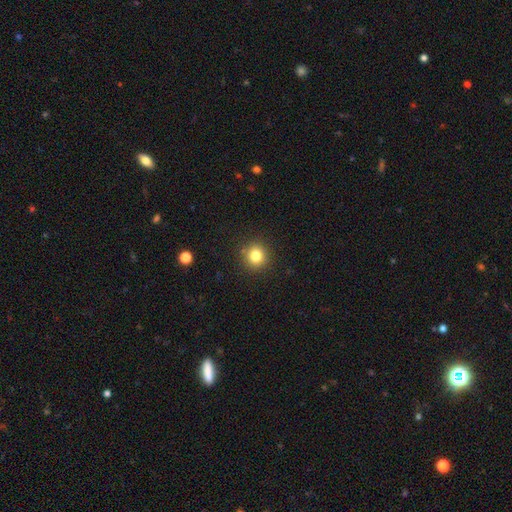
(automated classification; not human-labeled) smooth_or_featured: smooth (p=0.81) [alt: star or artifact p=0.12]
how_rounded: round (p=0.91) [alt: in between p=0.08]
merging: none (p=0.89) [alt: minor disturbance p=0.06]